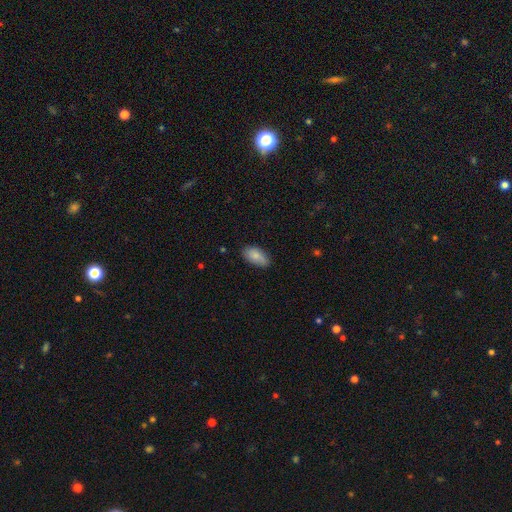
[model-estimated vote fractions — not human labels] Overall: smooth (81%). How rounded: in between (93%). Merging: none (76%).